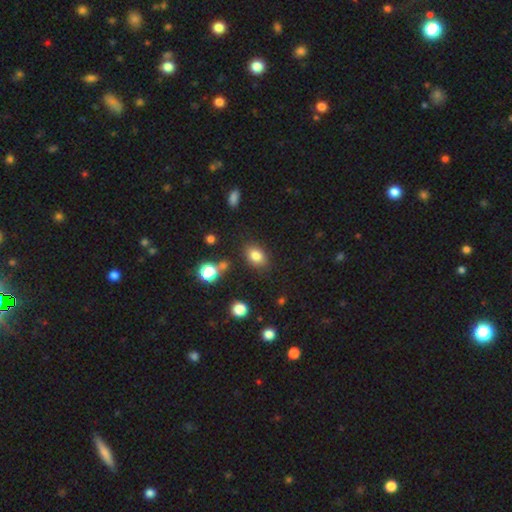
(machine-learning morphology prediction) smooth 80%, star or artifact 11%, featured or disk 8%. Down the decision tree: how rounded — in between (75%); merging — none (82%).